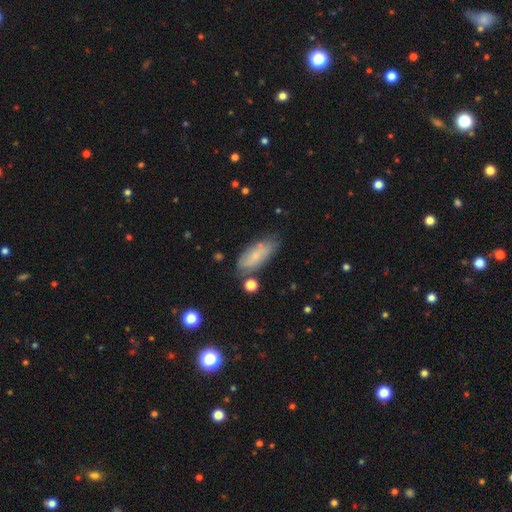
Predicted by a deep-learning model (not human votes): Overall: smooth (68%). How rounded: in between (78%). Merging: none (65%).